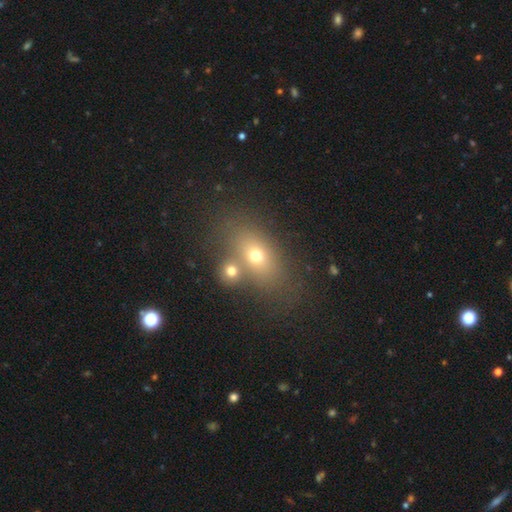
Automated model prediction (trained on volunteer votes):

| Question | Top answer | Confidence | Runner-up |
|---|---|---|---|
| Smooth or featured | smooth | 64% | featured or disk (19%) |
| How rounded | in between | 69% | round (27%) |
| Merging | none | 51% | merger (32%) |